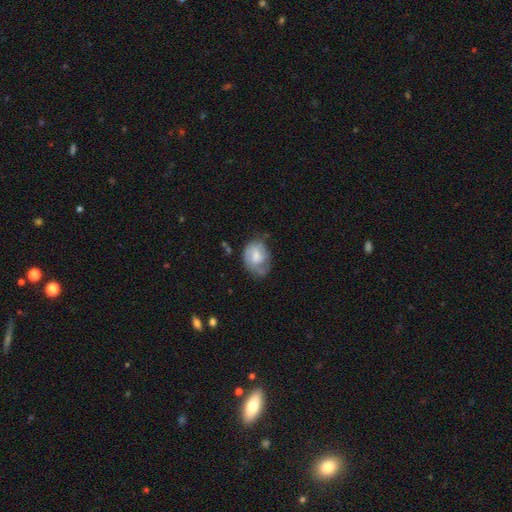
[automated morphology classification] This appears to be a featured or disk galaxy (51%). Merging: none (45%).